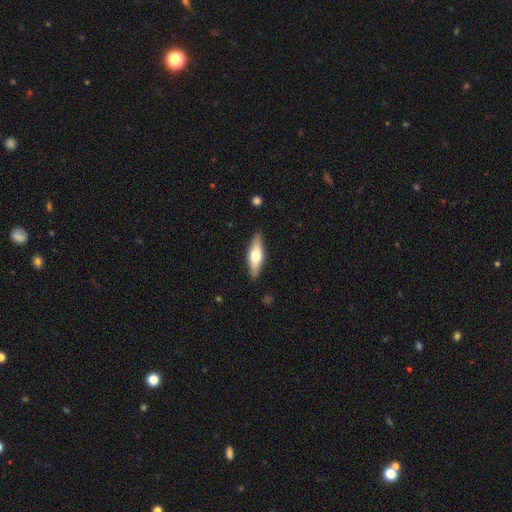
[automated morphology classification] smooth-or-featured: smooth: 52% | featured or disk: 42% | star or artifact: 6%
  how-rounded: in between: 53% | cigar-shaped: 45% | round: 2%
  merging: none: 86% | minor disturbance: 10% | major disturbance: 2% | merger: 1%